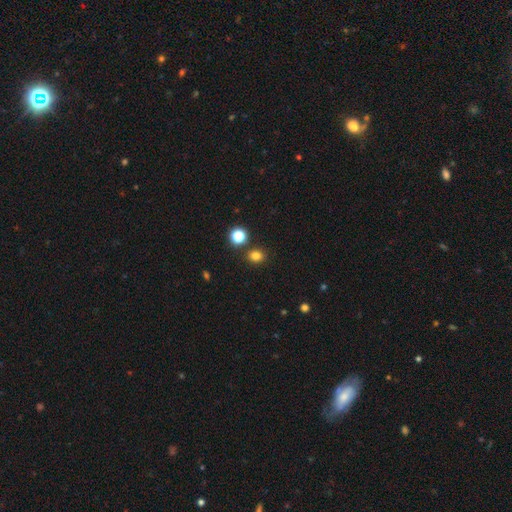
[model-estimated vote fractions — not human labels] This appears to be a smooth galaxy with no disk features (79%) that is round (66%). Merging: none (82%).